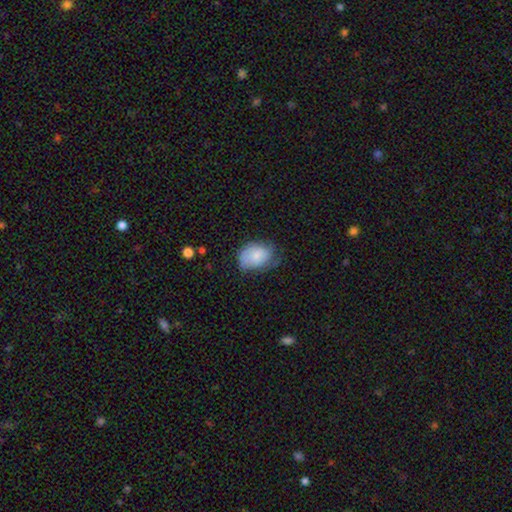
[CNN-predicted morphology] A smooth galaxy with no disk features (70%) that is in between round and cigar-shaped (73%).

Vote fractions:
- Smooth or featured? smooth: 70% / featured or disk: 23% / star or artifact: 7%
- How rounded? in between: 73% / round: 25% / cigar-shaped: 1%
- Merging? none: 45% / minor disturbance: 38% / major disturbance: 15% / merger: 2%